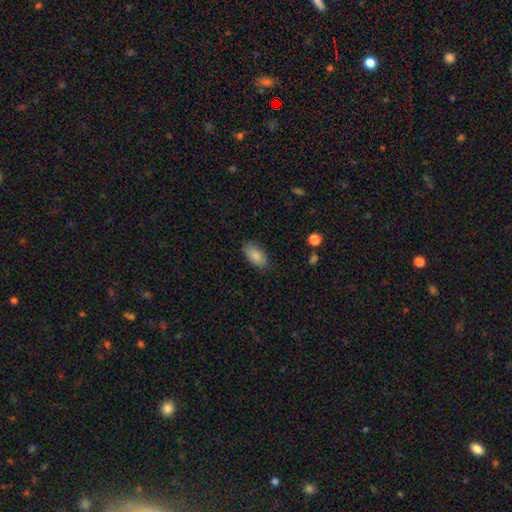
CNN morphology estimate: A smooth galaxy with no disk features (86%) that is in between round and cigar-shaped (92%). Merging: none (84%).